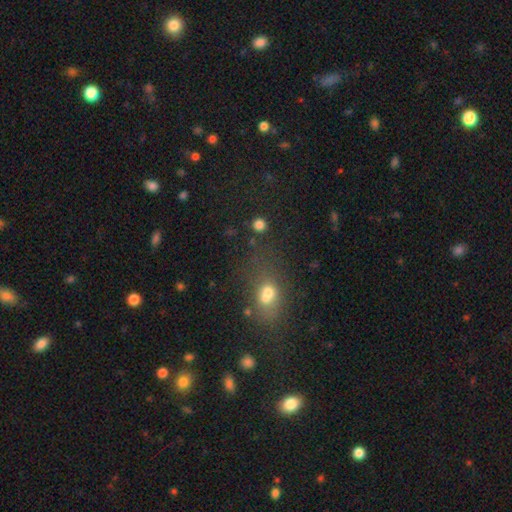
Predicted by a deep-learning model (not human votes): smooth-or-featured: smooth: 58% | star or artifact: 30% | featured or disk: 12%
  how-rounded: in between: 55% | round: 37% | cigar-shaped: 8%
  merging: none: 72% | minor disturbance: 15% | major disturbance: 8% | merger: 5%